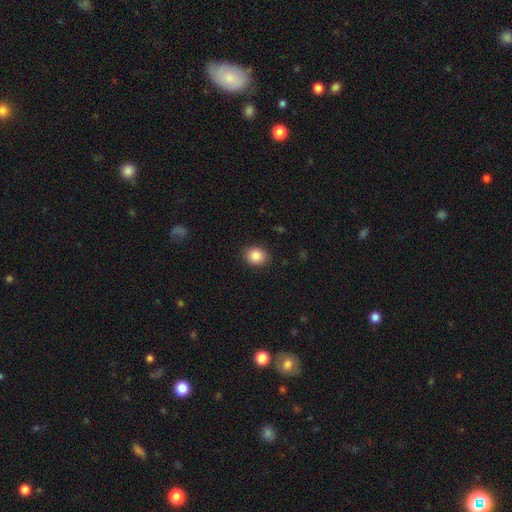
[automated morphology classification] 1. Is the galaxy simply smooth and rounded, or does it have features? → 86% smooth, 8% star or artifact, 5% featured or disk.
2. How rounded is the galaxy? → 50% in between, 49% round, 1% cigar-shaped.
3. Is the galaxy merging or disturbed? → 88% none, 9% minor disturbance, 2% major disturbance, 1% merger.